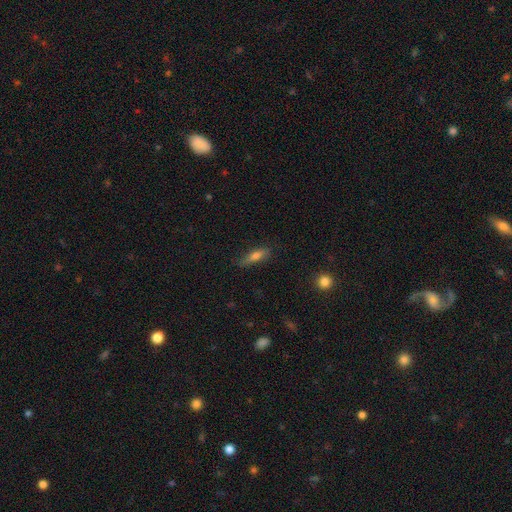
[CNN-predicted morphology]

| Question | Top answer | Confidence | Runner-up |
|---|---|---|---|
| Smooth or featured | smooth | 61% | featured or disk (30%) |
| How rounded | cigar-shaped | 64% | in between (33%) |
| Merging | none | 76% | minor disturbance (18%) |